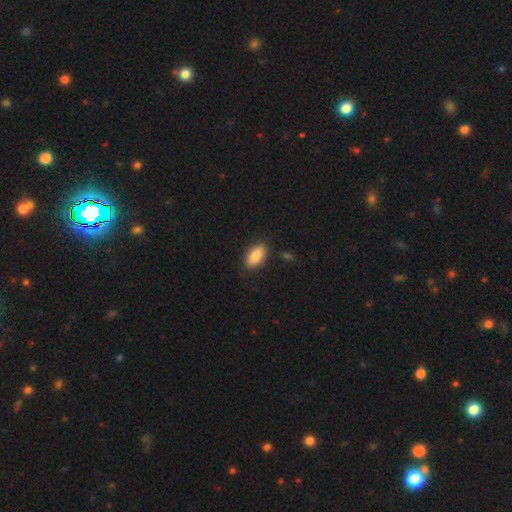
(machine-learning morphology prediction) Q: Smooth or featured?
A: smooth (88%); runner-up: star or artifact (6%)
Q: How rounded?
A: in between (90%); runner-up: cigar-shaped (7%)
Q: Merging?
A: none (86%); runner-up: minor disturbance (10%)